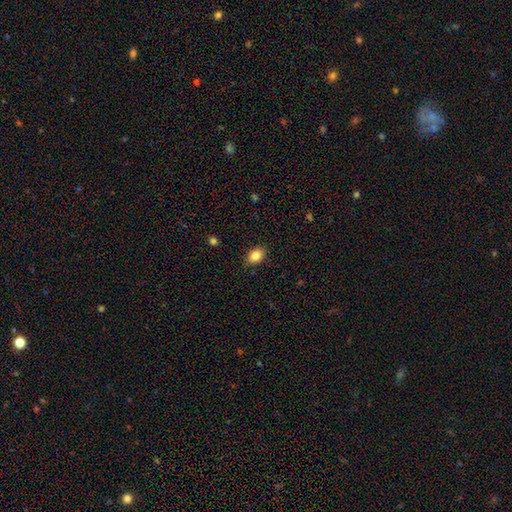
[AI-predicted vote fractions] smooth-or-featured: smooth: 85% | star or artifact: 9% | featured or disk: 6%
  how-rounded: in between: 79% | round: 20% | cigar-shaped: 1%
  merging: none: 87% | minor disturbance: 10% | major disturbance: 2% | merger: 1%